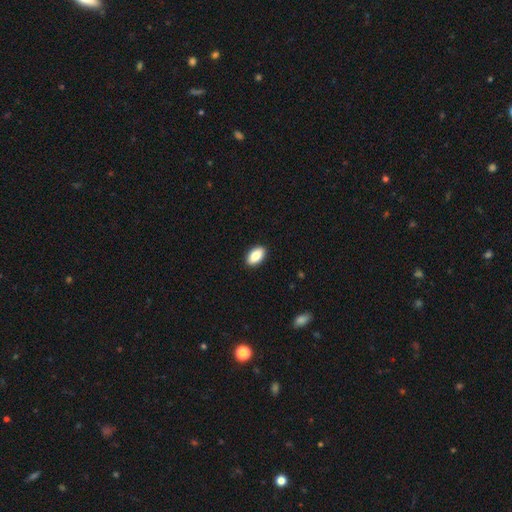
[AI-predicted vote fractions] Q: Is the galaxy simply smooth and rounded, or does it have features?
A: smooth — 85%.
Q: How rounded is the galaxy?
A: in between — 93%.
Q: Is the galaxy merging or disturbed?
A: none — 91%.